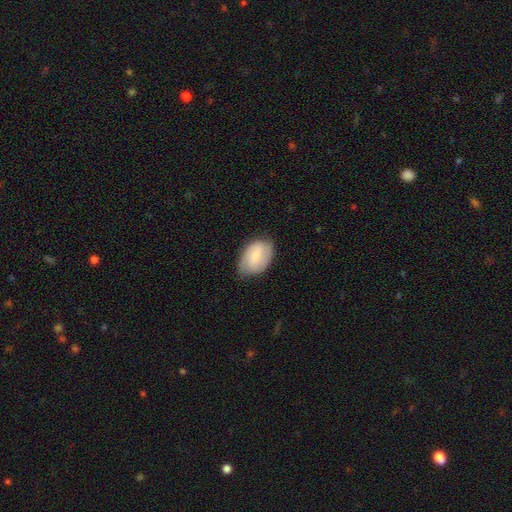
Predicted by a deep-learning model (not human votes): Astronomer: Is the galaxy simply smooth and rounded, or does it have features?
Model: smooth — 59% (runner-up: featured or disk, 35%).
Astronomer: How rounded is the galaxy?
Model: in between — 87%.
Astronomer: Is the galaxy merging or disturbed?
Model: none — 69%.